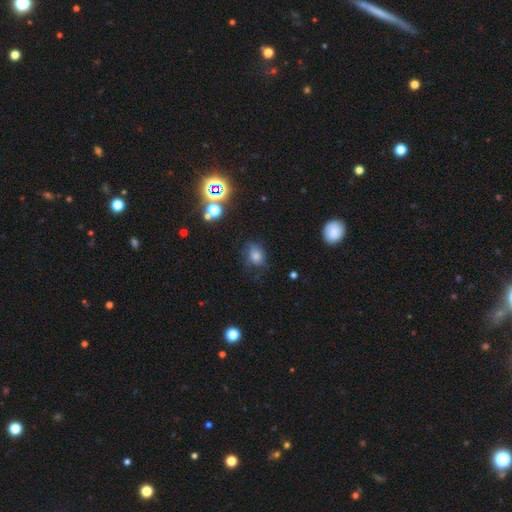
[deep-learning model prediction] This is likely a smooth galaxy (70%). How rounded: likely in between (62%). Merging: possibly none (57%).